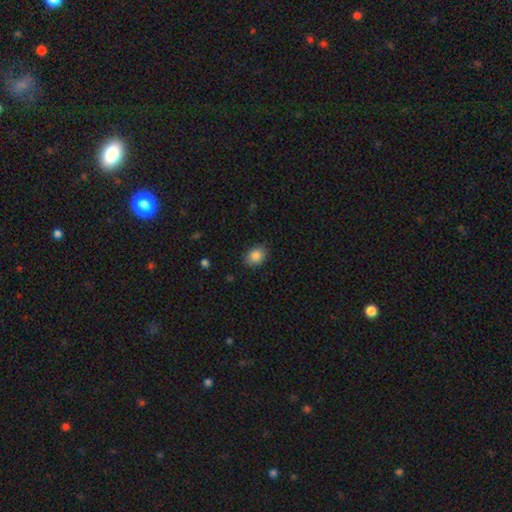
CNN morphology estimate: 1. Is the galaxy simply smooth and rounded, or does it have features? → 86% smooth, 9% star or artifact, 6% featured or disk.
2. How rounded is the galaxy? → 62% in between, 37% round, 1% cigar-shaped.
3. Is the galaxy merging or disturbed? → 86% none, 11% minor disturbance, 2% major disturbance, 1% merger.